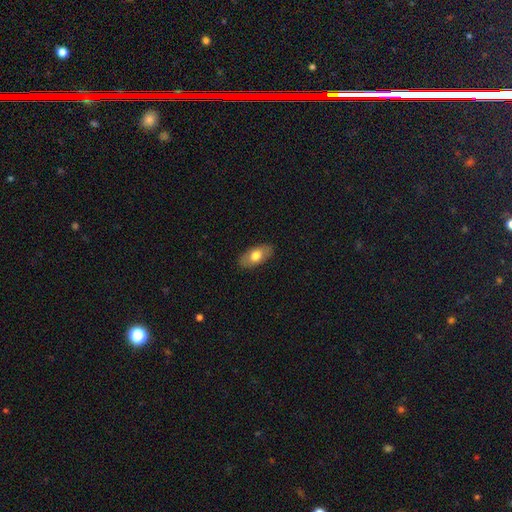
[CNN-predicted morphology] smooth-or-featured: smooth: 72% | featured or disk: 22% | star or artifact: 6%
  how-rounded: in between: 91% | cigar-shaped: 5% | round: 4%
  merging: none: 87% | minor disturbance: 10% | major disturbance: 2% | merger: 1%